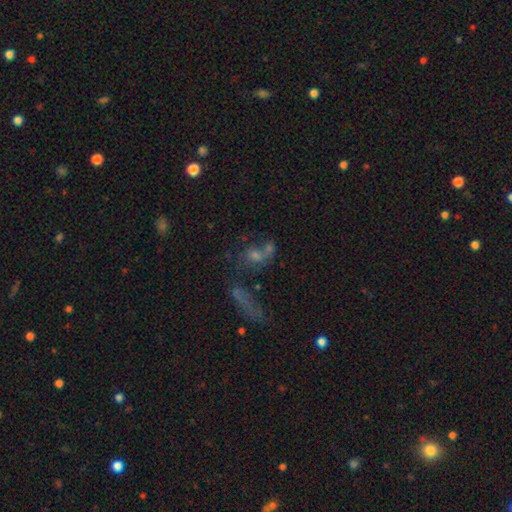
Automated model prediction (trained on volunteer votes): Morphology: type=smooth (46%); merging=merger (40%).